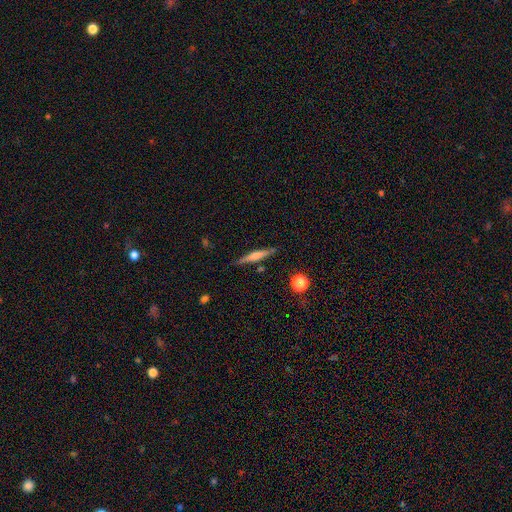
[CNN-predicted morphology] Q: Smooth or featured?
A: featured or disk (54%); runner-up: smooth (39%)
Q: Edge-on disk?
A: yes (97%); runner-up: no (3%)
Q: Edge-on bulge?
A: rounded (55%); runner-up: boxy (24%)
Q: Merging?
A: none (85%); runner-up: minor disturbance (10%)